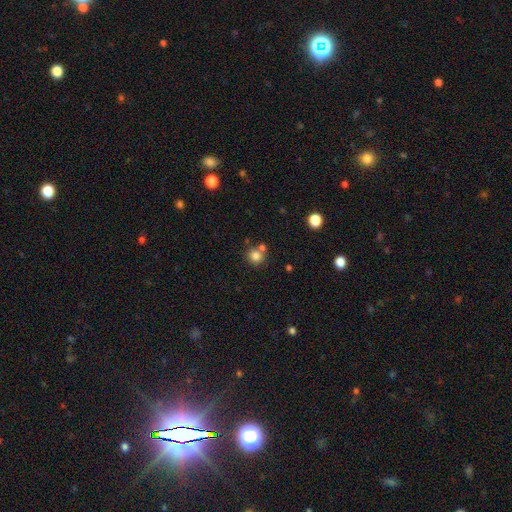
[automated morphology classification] A smooth galaxy with no disk features (81%) that is round (90%). Merging: none (65%).